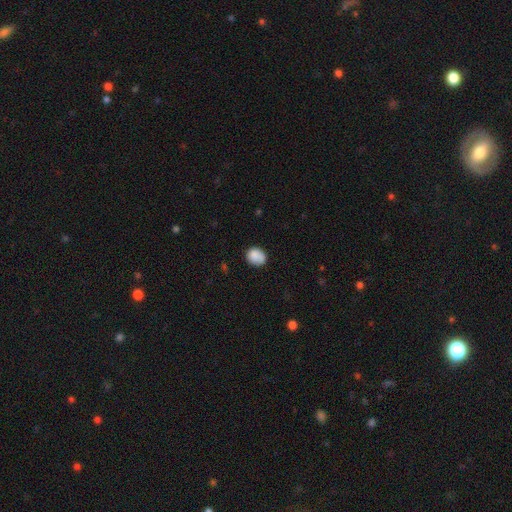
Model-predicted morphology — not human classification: A smooth galaxy with no disk features (87%) that is round (56%). Merging: none (75%).